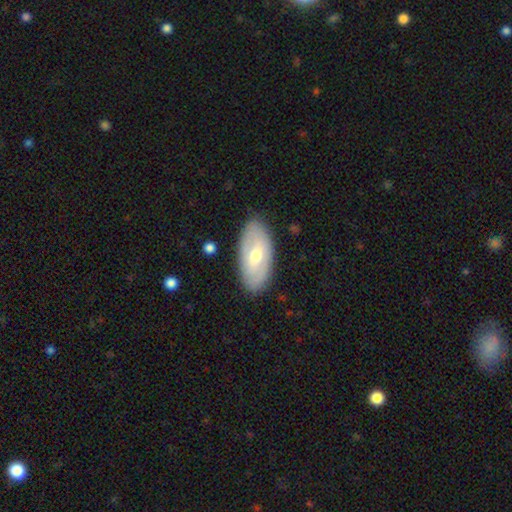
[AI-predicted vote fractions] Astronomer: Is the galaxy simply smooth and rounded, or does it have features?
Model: smooth — 47%, tied with featured or disk at 47%.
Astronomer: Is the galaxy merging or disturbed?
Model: none — 84%.